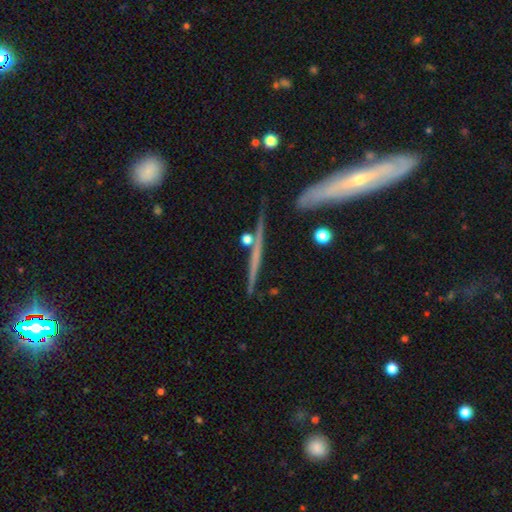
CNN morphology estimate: featured or disk 65%, smooth 25%, star or artifact 10%. Down the decision tree: edge-on disk — yes (94%); edge-on bulge — none (61%); merging — none (79%).